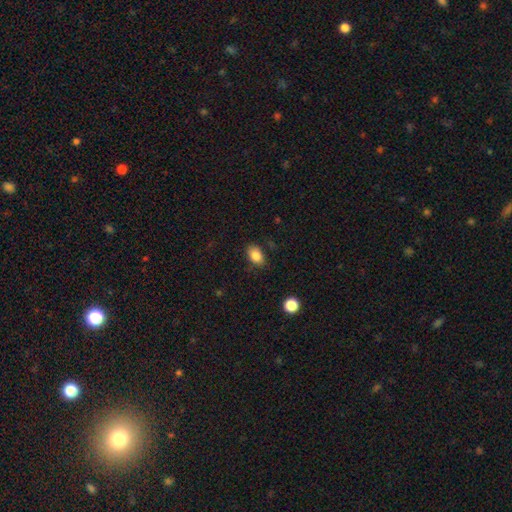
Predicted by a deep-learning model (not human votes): Smooth or featured? smooth (85%)
How rounded? in between (84%)
Merging? none (82%)